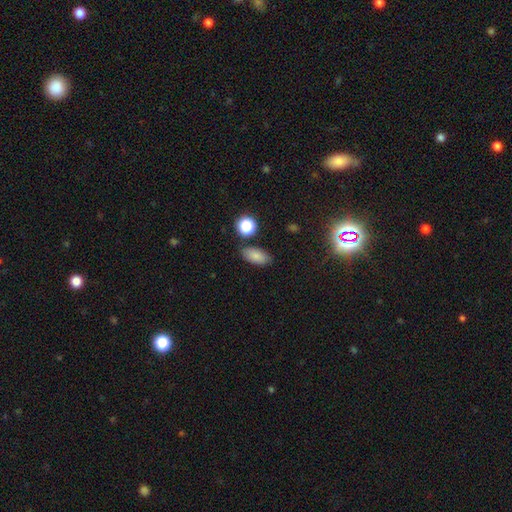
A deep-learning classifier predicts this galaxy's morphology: Smooth or featured?
  - smooth: 81% *
  - star or artifact: 11%
  - featured or disk: 7%
How rounded?
  - in between: 88% *
  - round: 7%
  - cigar-shaped: 5%
Merging?
  - none: 81% *
  - minor disturbance: 12%
  - merger: 4%
  - major disturbance: 3%